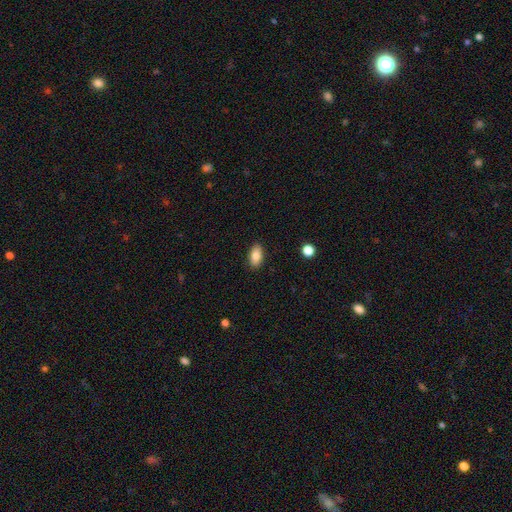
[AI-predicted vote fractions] The model was most divided on "smooth or featured": smooth: 85%, star or artifact: 8%, featured or disk: 7%. More confident: how rounded — in between (92%); merging — none (88%).